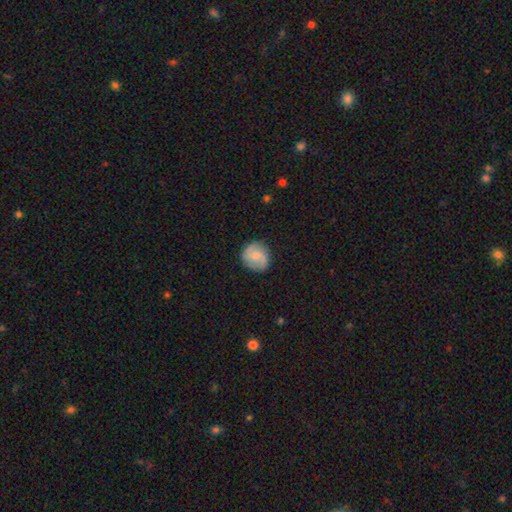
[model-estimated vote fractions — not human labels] Smooth or featured?
  - smooth: 51% *
  - featured or disk: 42%
  - star or artifact: 7%
How rounded?
  - round: 86% *
  - in between: 13%
  - cigar-shaped: 1%
Merging?
  - none: 82% *
  - minor disturbance: 13%
  - major disturbance: 4%
  - merger: 1%